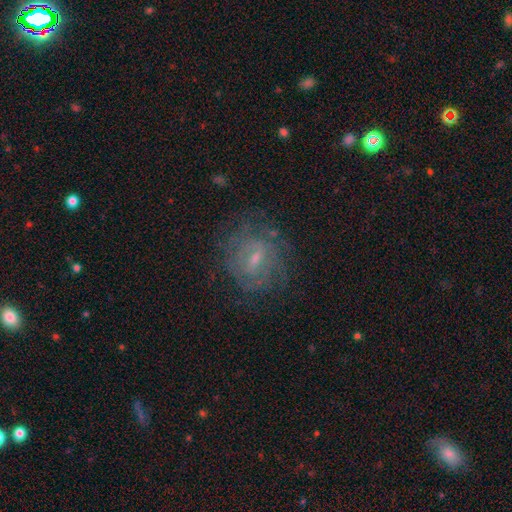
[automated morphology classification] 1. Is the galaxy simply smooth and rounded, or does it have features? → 68% featured or disk, 20% smooth, 12% star or artifact.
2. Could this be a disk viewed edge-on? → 95% no, 5% yes.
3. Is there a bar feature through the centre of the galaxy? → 56% weak, 24% no, 20% strong.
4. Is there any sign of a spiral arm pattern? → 73% yes, 27% no.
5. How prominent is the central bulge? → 58% small, 31% moderate, 8% none, 2% large, 1% dominant.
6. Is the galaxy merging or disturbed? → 70% none, 17% minor disturbance, 11% major disturbance, 1% merger.